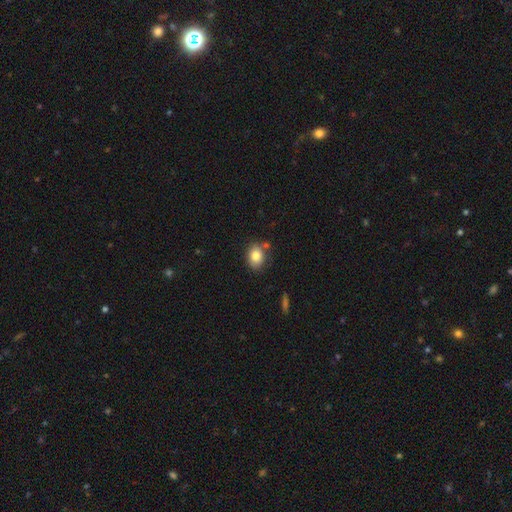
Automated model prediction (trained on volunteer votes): Overall: smooth (82%). How rounded: in between (58%; round 41%). Merging: none (74%).